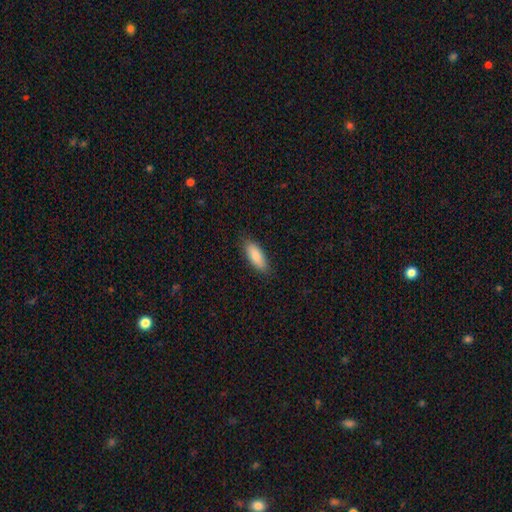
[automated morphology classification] smooth-or-featured: smooth: 85% | featured or disk: 9% | star or artifact: 6%
  how-rounded: in between: 73% | cigar-shaped: 25% | round: 2%
  merging: none: 85% | minor disturbance: 11% | major disturbance: 2% | merger: 1%